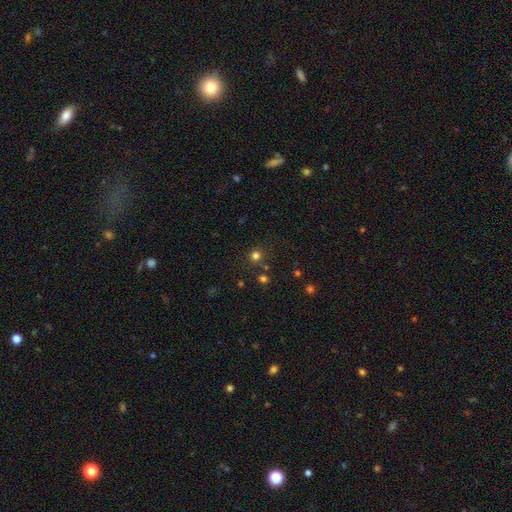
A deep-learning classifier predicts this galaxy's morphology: This appears to be a smooth galaxy with no disk features (74%) that is round (92%). Merging: none (80%).